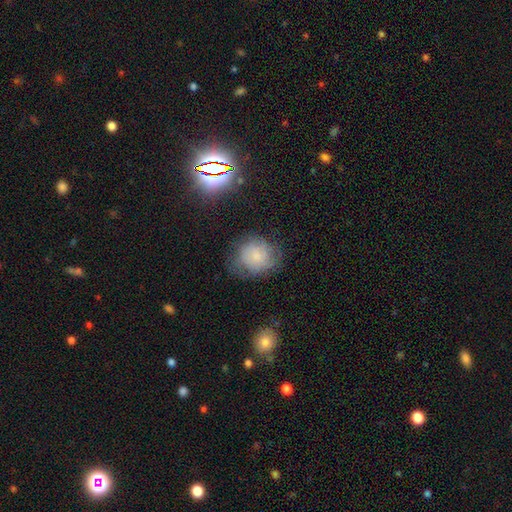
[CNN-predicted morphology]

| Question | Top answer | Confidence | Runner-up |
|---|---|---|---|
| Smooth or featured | smooth | 55% | featured or disk (33%) |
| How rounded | round | 75% | in between (24%) |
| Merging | none | 62% | minor disturbance (25%) |